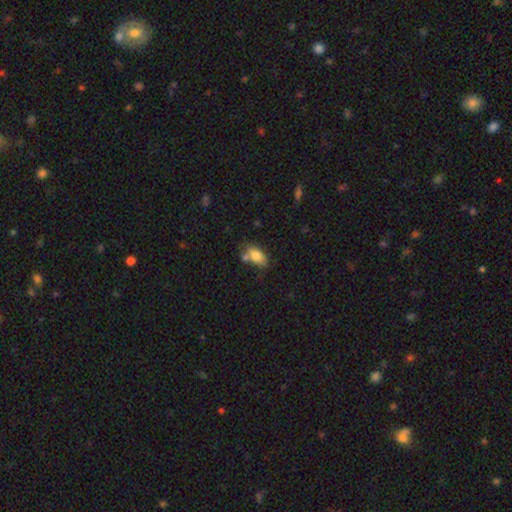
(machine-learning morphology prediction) Overall: smooth (78%). How rounded: in between (88%). Merging: none (49%; merger 23%).